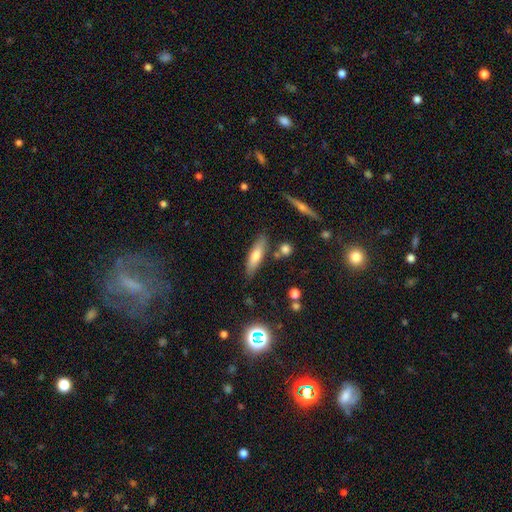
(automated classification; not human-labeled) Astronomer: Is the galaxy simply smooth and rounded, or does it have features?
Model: smooth — 64%.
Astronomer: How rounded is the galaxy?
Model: cigar-shaped — 62%.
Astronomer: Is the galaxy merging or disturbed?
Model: none — 78%.